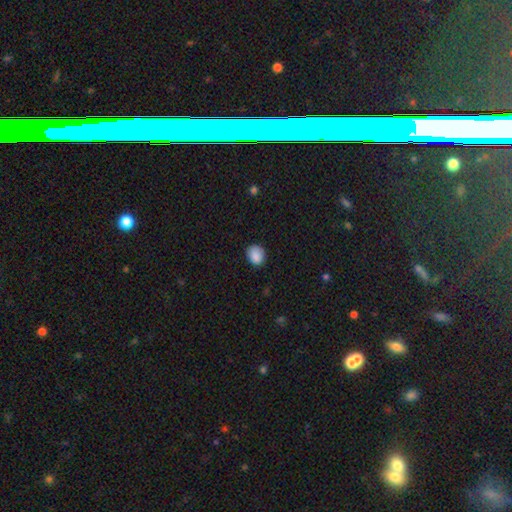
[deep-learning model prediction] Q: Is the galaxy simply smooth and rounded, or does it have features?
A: smooth — 88%.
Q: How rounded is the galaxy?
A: round — 57%.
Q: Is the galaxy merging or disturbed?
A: none — 82%.